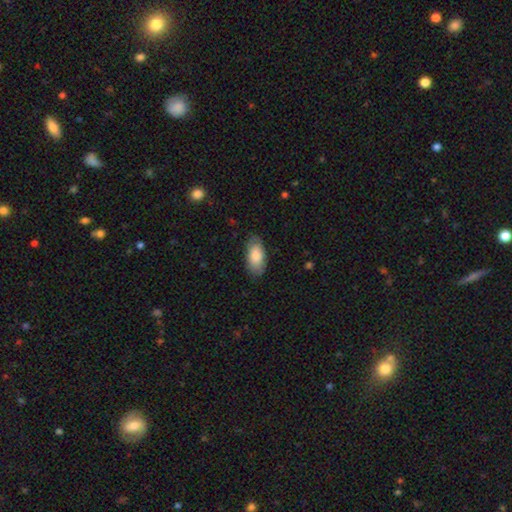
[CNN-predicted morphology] A smooth galaxy with no disk features (80%) that is in between round and cigar-shaped (93%). Merging: none (79%).